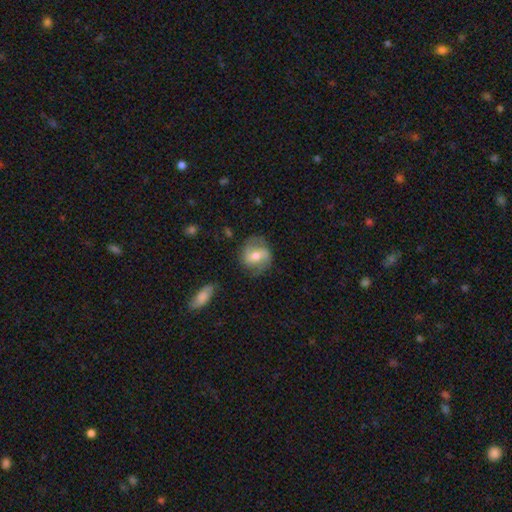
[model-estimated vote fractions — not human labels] This appears to be a featured or disk galaxy (54%) with a weak bar (43%), spiral arms (79%) and a moderate central bulge (67%). Merging: none (74%).